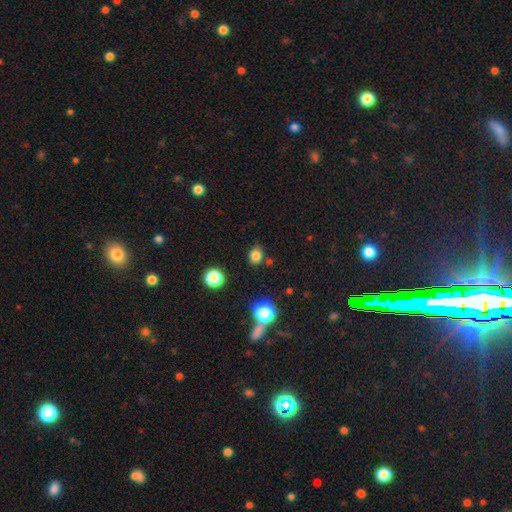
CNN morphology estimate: smooth_or_featured: smooth (p=0.80) [alt: star or artifact p=0.15]
how_rounded: round (p=0.54) [alt: in between p=0.45]
merging: none (p=0.77) [alt: minor disturbance p=0.14]